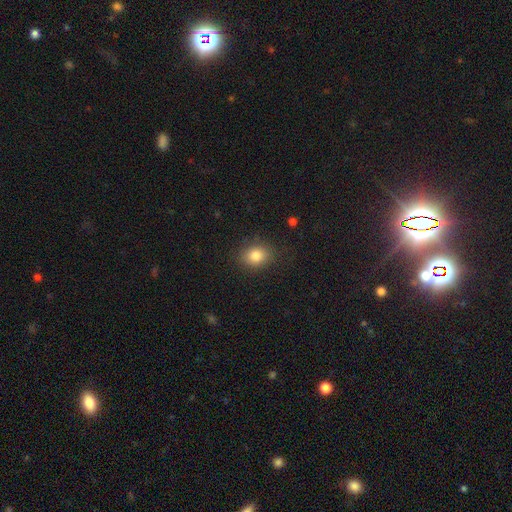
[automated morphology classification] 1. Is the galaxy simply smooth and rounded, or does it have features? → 82% smooth, 11% star or artifact, 7% featured or disk.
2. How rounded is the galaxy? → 54% round, 45% in between, 1% cigar-shaped.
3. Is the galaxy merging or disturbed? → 85% none, 11% minor disturbance, 3% major disturbance, 1% merger.